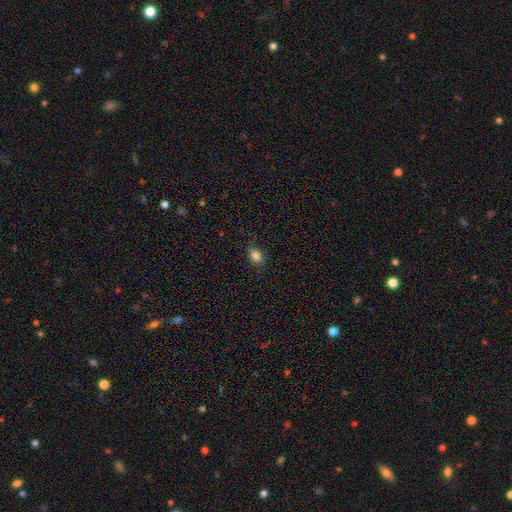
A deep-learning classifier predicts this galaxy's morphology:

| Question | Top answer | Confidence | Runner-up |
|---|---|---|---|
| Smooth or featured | smooth | 83% | star or artifact (10%) |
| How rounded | in between | 69% | round (29%) |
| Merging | none | 73% | minor disturbance (21%) |